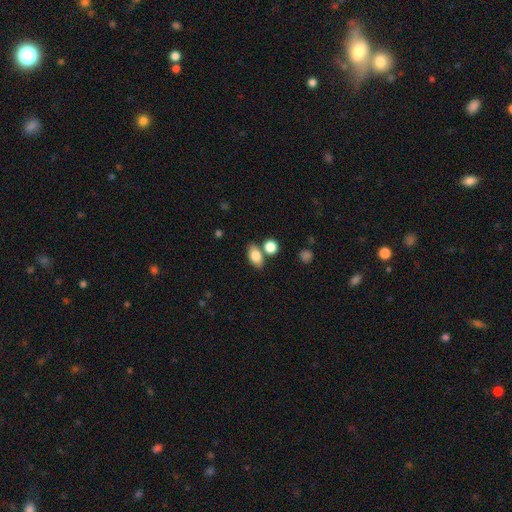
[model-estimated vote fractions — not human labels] This is clearly a smooth galaxy (81%). How rounded: clearly in between (84%). Merging: likely none (67%).